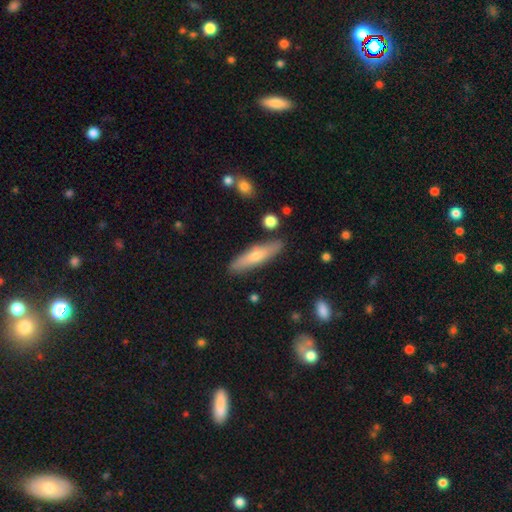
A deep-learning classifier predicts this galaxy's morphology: Smooth or featured? smooth (58%)
How rounded? cigar-shaped (79%)
Merging? none (87%)